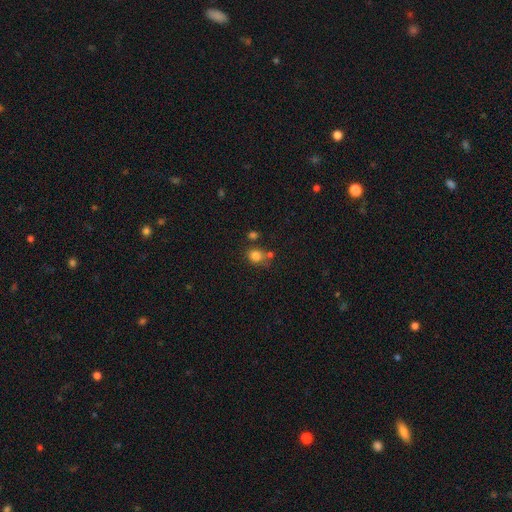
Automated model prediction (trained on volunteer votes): smooth-or-featured: smooth: 81% | star or artifact: 13% | featured or disk: 6%
  how-rounded: round: 75% | in between: 24% | cigar-shaped: 1%
  merging: none: 62% | merger: 17% | minor disturbance: 15% | major disturbance: 6%